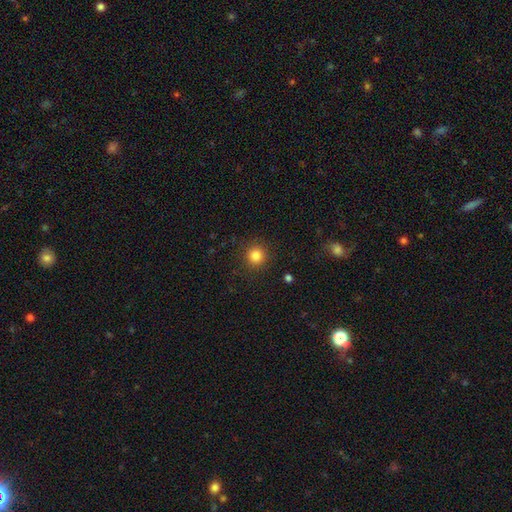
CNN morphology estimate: The model was most divided on "smooth or featured": smooth: 83%, star or artifact: 12%, featured or disk: 5%. More confident: how rounded — round (94%); merging — none (90%).